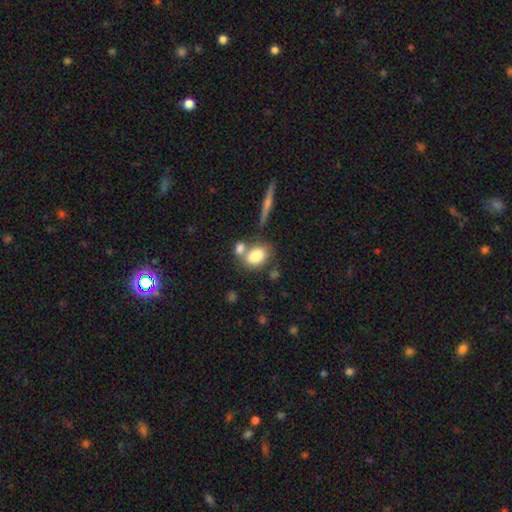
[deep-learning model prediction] This is clearly a smooth galaxy (80%). How rounded: likely in between (74%). Merging: possibly none (50%).